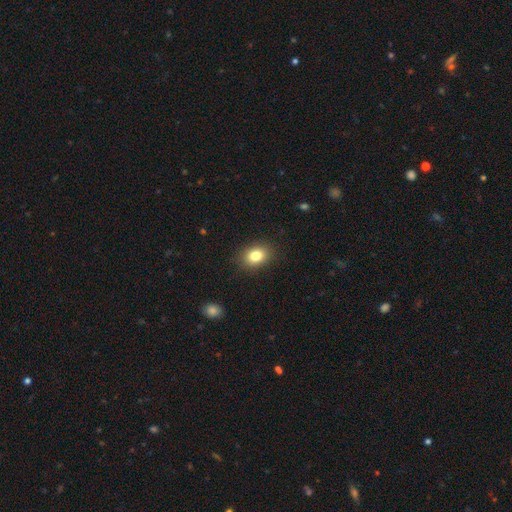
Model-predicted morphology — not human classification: smooth-or-featured: smooth: 82% | star or artifact: 10% | featured or disk: 8%
  how-rounded: in between: 67% | round: 31% | cigar-shaped: 1%
  merging: none: 88% | minor disturbance: 9% | major disturbance: 3% | merger: 1%